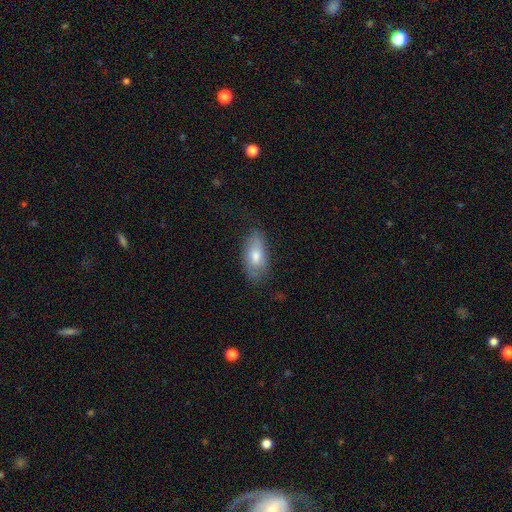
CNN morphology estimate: Smooth or featured: smooth — 72% (featured or disk — 21%)
How rounded: in between — 88% (cigar-shaped — 8%)
Merging: none — 71% (minor disturbance — 22%)